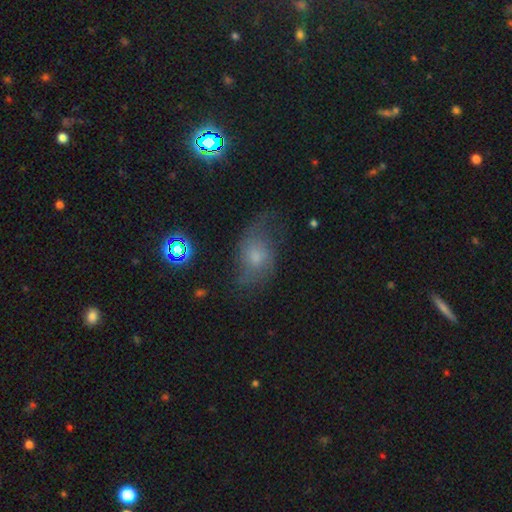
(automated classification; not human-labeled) Q: Smooth or featured?
A: featured or disk (47%); runner-up: smooth (39%)
Q: Merging?
A: none (49%); runner-up: minor disturbance (26%)